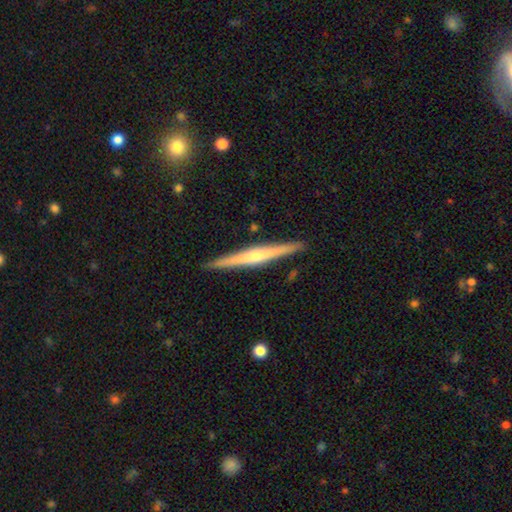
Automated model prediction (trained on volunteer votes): The model was most divided on "smooth or featured": featured or disk: 71%, smooth: 24%, star or artifact: 5%. More confident: edge-on disk — yes (98%); merging — none (91%); edge-on bulge — rounded (70%).